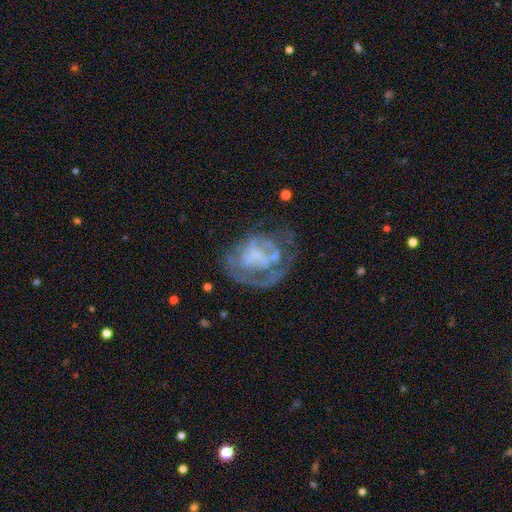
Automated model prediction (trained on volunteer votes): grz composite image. It shows a featured or disk galaxy (68%) with no bar (78%), no spiral arms (62%) and no central bulge (56%). Merging: none (41%).